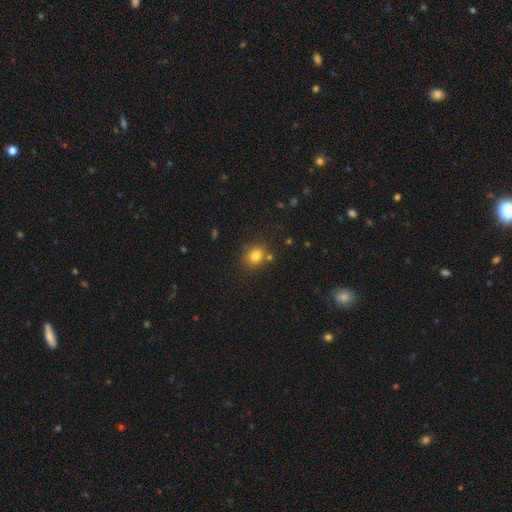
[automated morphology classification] A smooth galaxy with no disk features (80%) that is round (72%).

Vote fractions:
- Smooth or featured? smooth: 80% / star or artifact: 13% / featured or disk: 7%
- How rounded? round: 72% / in between: 27% / cigar-shaped: 1%
- Merging? none: 76% / minor disturbance: 11% / merger: 9% / major disturbance: 3%